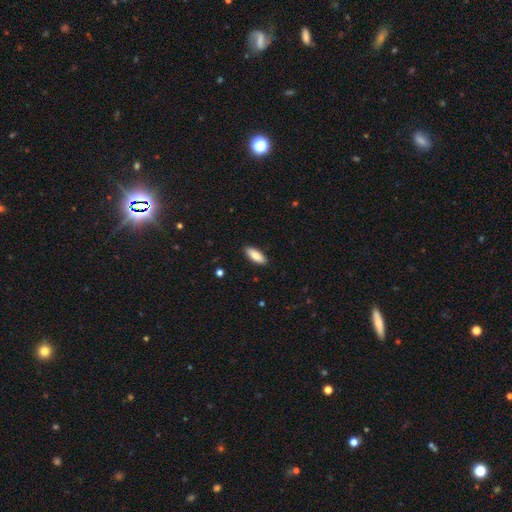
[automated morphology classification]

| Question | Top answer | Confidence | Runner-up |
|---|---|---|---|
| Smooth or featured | smooth | 85% | featured or disk (9%) |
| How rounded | in between | 71% | cigar-shaped (27%) |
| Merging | none | 89% | minor disturbance (8%) |